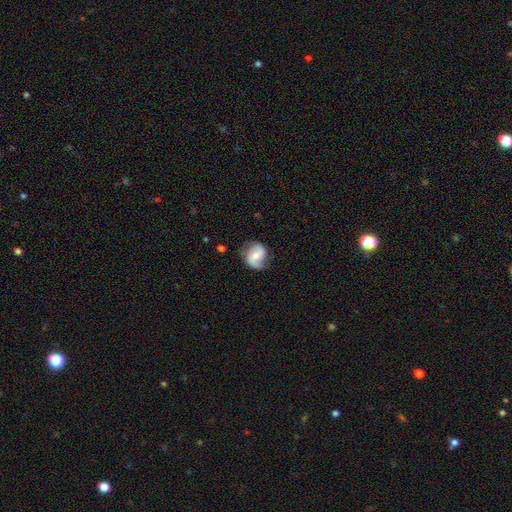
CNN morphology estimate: Q: Smooth or featured?
A: featured or disk (73%); runner-up: smooth (21%)
Q: Edge-on disk?
A: no (98%); runner-up: yes (2%)
Q: Bar?
A: no (45%); runner-up: weak (41%)
Q: Spiral arms?
A: yes (94%); runner-up: no (6%)
Q: Spiral winding?
A: medium (45%); runner-up: loose (34%)
Q: Spiral arm count?
A: 2 (87%); runner-up: 1 (5%)
Q: Bulge size?
A: moderate (52%); runner-up: small (39%)
Q: Merging?
A: none (73%); runner-up: minor disturbance (19%)